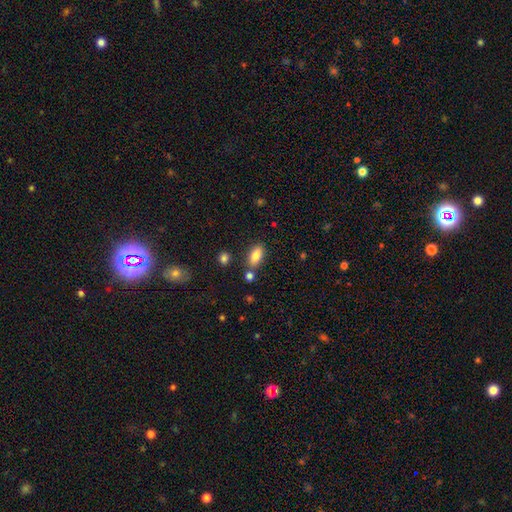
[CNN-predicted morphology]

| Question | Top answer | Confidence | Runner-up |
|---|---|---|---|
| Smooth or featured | smooth | 83% | featured or disk (9%) |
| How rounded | in between | 88% | cigar-shaped (8%) |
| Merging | none | 76% | minor disturbance (11%) |